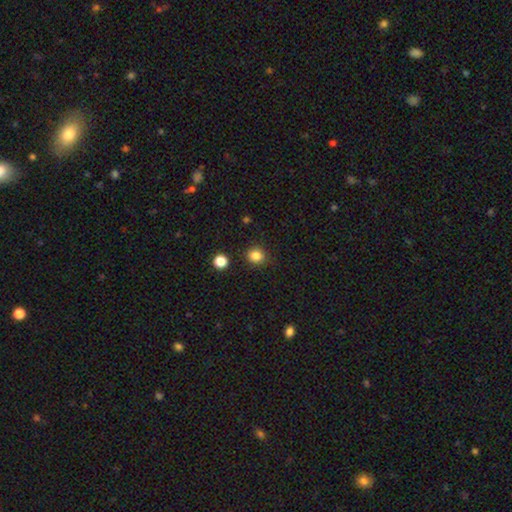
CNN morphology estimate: Smooth or featured: smooth — 84% (star or artifact — 12%)
How rounded: round — 84% (in between — 15%)
Merging: none — 89% (minor disturbance — 7%)